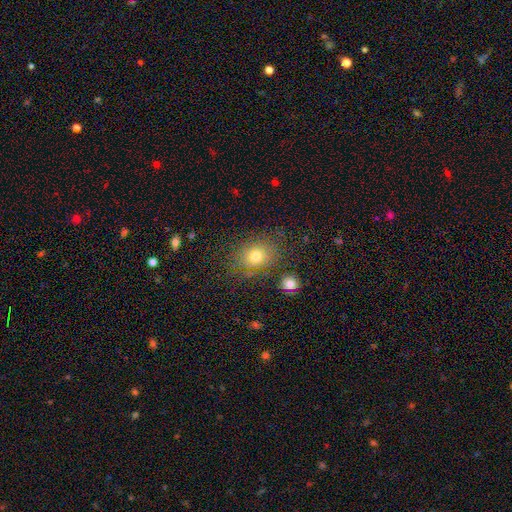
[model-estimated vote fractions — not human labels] Smooth or featured?
  - smooth: 74% *
  - star or artifact: 14%
  - featured or disk: 12%
How rounded?
  - in between: 52% *
  - round: 47%
  - cigar-shaped: 1%
Merging?
  - none: 78% *
  - minor disturbance: 13%
  - major disturbance: 5%
  - merger: 4%